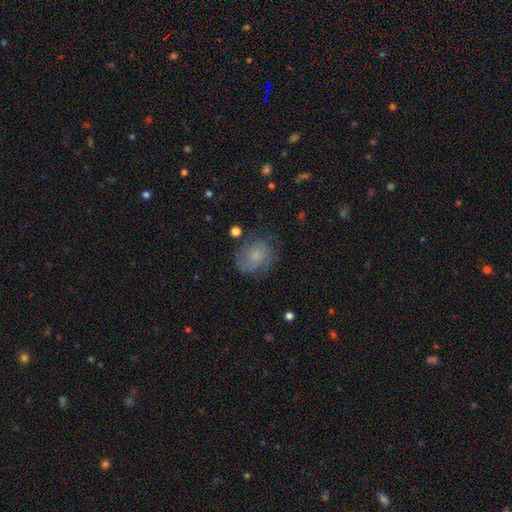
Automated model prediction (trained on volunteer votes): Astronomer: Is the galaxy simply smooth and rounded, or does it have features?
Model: smooth — 47% (runner-up: featured or disk, 43%).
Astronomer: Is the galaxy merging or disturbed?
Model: none — 59%.